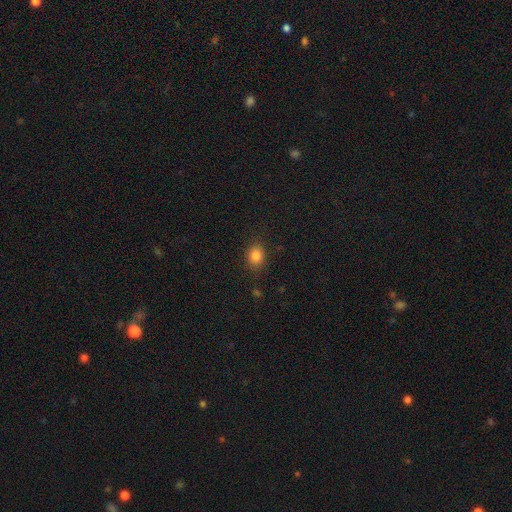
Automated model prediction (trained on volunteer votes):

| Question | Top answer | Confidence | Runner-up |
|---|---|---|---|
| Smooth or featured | smooth | 84% | star or artifact (11%) |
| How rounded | in between | 57% | round (42%) |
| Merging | none | 83% | minor disturbance (12%) |